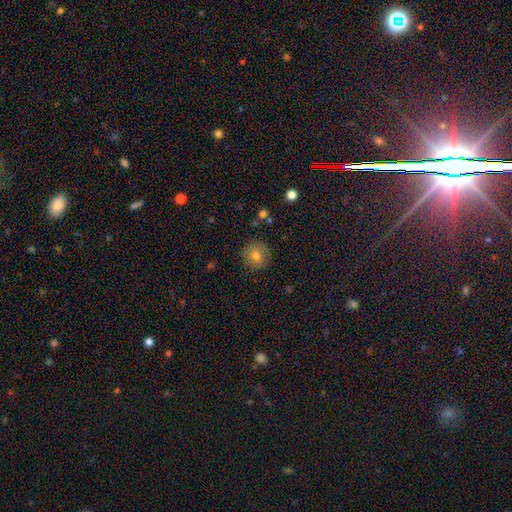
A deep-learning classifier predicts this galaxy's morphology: smooth-or-featured: smooth: 76% | featured or disk: 14% | star or artifact: 10%
  how-rounded: round: 94% | in between: 6% | cigar-shaped: 1%
  merging: none: 86% | minor disturbance: 10% | major disturbance: 3% | merger: 1%